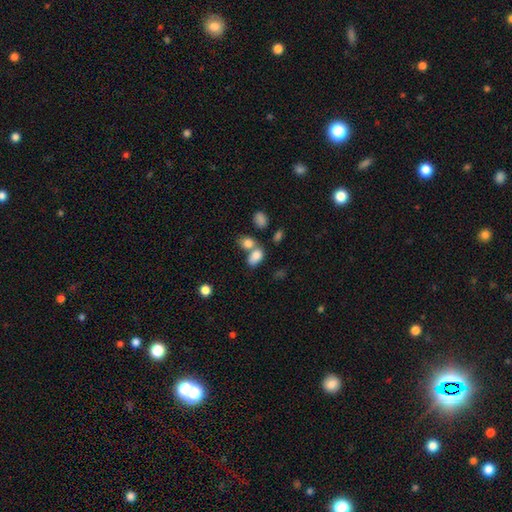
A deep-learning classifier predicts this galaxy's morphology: smooth_or_featured: smooth (p=0.82) [alt: star or artifact p=0.10]
how_rounded: in between (p=0.86) [alt: round p=0.12]
merging: merger (p=0.45) [alt: none p=0.39]